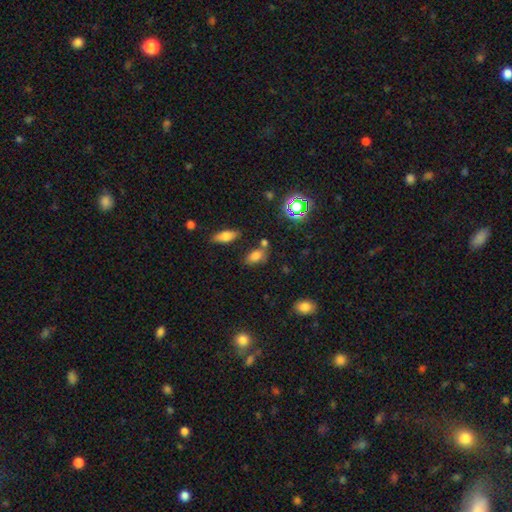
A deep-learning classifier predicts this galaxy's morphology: Smooth or featured? smooth (74%)
How rounded? in between (83%)
Merging? none (63%)